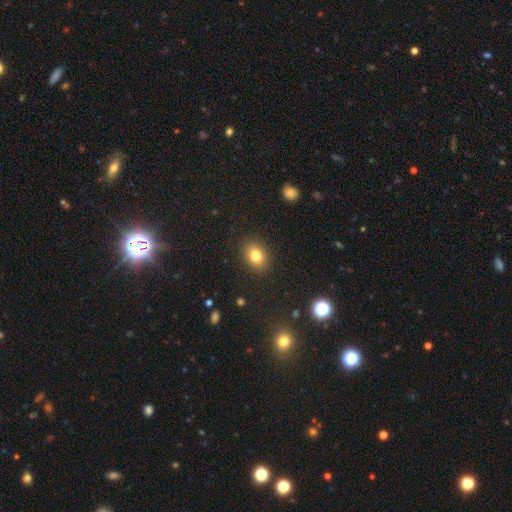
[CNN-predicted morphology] Smooth or featured?
  - smooth: 81% *
  - star or artifact: 11%
  - featured or disk: 9%
How rounded?
  - in between: 65% *
  - round: 34%
  - cigar-shaped: 1%
Merging?
  - none: 88% *
  - minor disturbance: 8%
  - major disturbance: 3%
  - merger: 1%